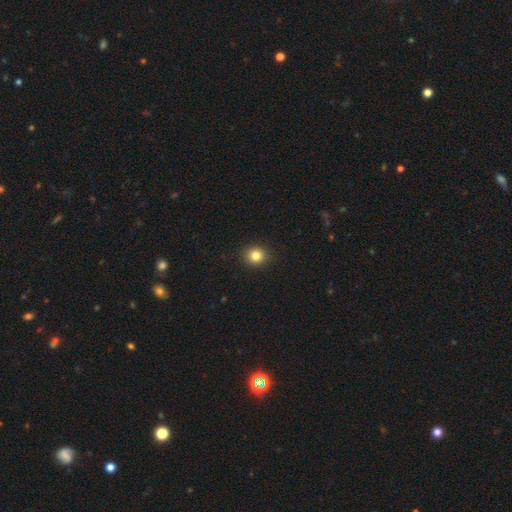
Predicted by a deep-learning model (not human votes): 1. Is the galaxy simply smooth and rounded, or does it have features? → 82% smooth, 12% star or artifact, 6% featured or disk.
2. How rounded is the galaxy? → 81% round, 18% in between, 1% cigar-shaped.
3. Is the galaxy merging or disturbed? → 92% none, 6% minor disturbance, 2% major disturbance, 1% merger.